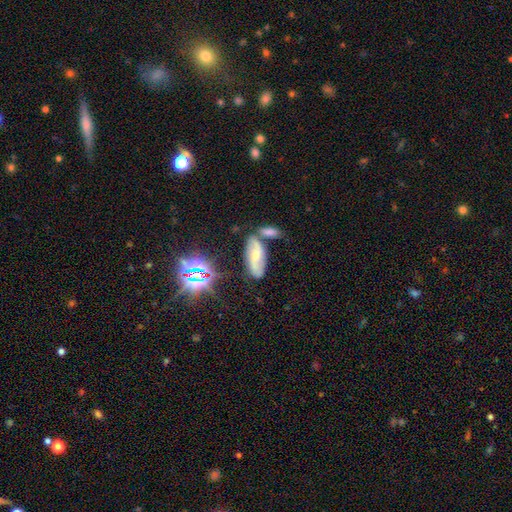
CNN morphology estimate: The model was most divided on "smooth or featured" (2-way tie): smooth: 42%, featured or disk: 42%, star or artifact: 17%. More confident: merging — none (58%).